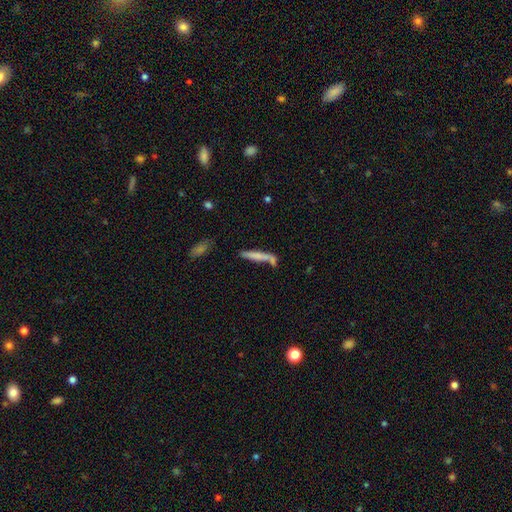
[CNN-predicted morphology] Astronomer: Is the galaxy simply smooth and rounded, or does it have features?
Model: smooth — 64%.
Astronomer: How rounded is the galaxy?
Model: cigar-shaped — 91%.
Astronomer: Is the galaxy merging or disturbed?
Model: none — 57%.